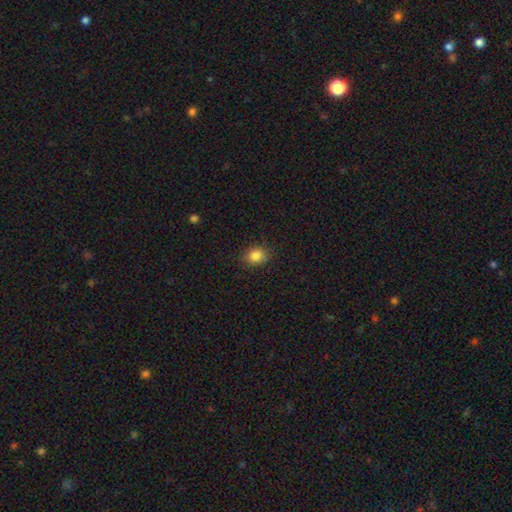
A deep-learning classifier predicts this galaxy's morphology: Smooth or featured: smooth — 84% (star or artifact — 11%)
How rounded: round — 58% (in between — 41%)
Merging: none — 86% (minor disturbance — 10%)